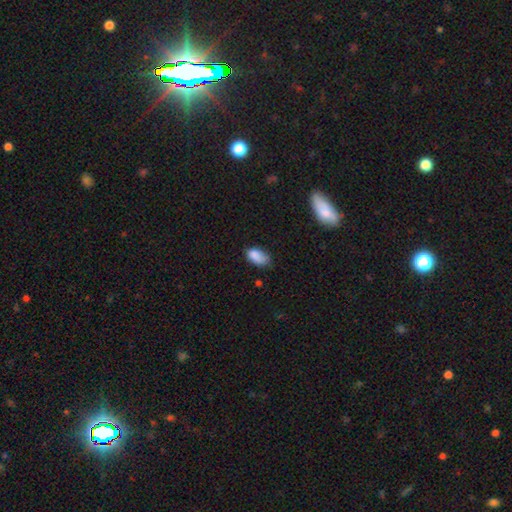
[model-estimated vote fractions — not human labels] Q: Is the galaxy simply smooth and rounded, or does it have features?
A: smooth — 85%.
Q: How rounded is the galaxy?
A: in between — 92%.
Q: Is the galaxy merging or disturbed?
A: none — 51%.